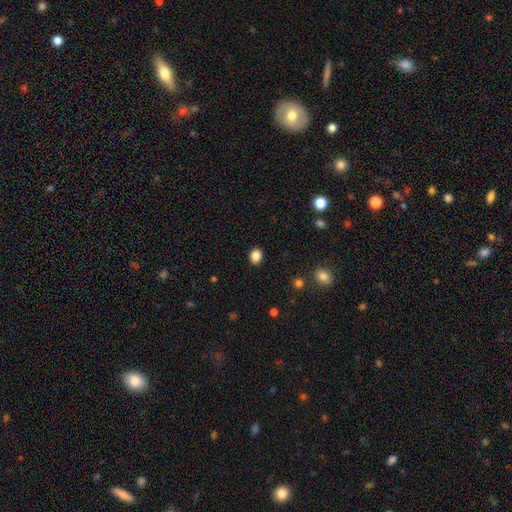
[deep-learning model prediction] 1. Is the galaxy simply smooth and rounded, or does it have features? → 86% smooth, 10% star or artifact, 4% featured or disk.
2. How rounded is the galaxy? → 50% in between, 49% round, 1% cigar-shaped.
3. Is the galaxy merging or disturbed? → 89% none, 8% minor disturbance, 2% major disturbance, 1% merger.